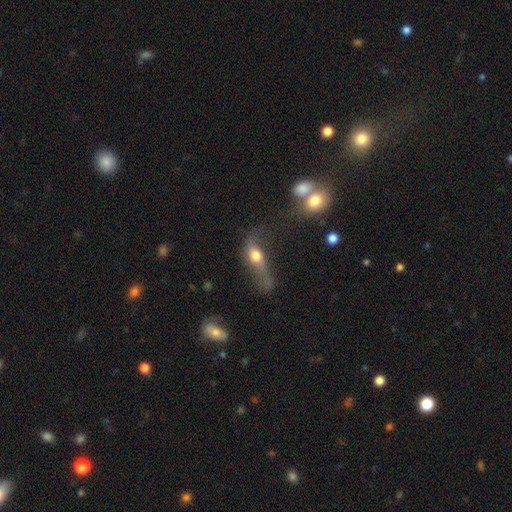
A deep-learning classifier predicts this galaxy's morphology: smooth_or_featured: smooth (p=0.48) [alt: featured or disk p=0.40]
merging: major disturbance (p=0.40) [alt: none p=0.28]